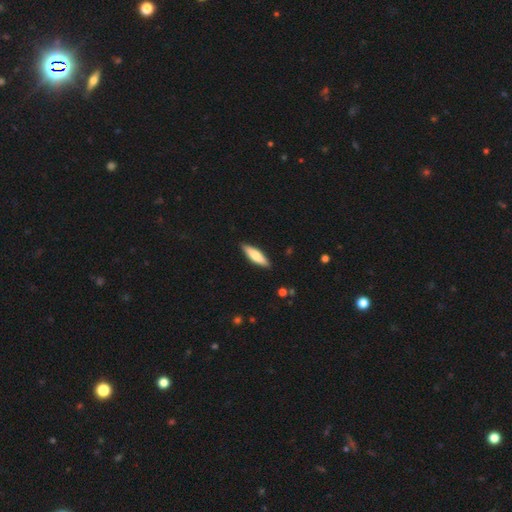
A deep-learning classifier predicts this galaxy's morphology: smooth 67%, featured or disk 28%, star or artifact 5%. Down the decision tree: how rounded — cigar-shaped (65%); merging — none (89%).